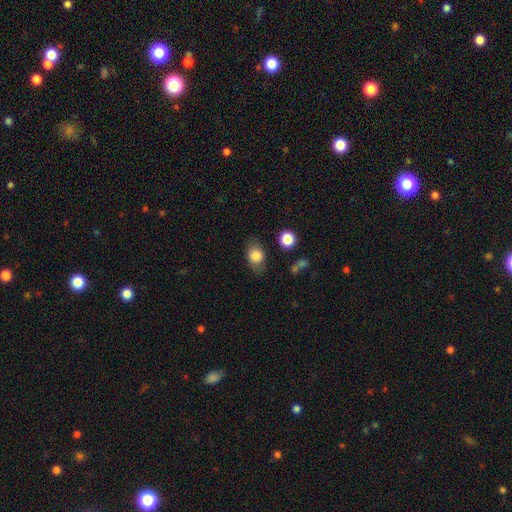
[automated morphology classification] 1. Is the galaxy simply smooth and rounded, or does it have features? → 81% smooth, 11% featured or disk, 8% star or artifact.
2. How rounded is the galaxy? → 67% in between, 31% round, 2% cigar-shaped.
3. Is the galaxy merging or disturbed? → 75% none, 17% minor disturbance, 6% major disturbance, 3% merger.